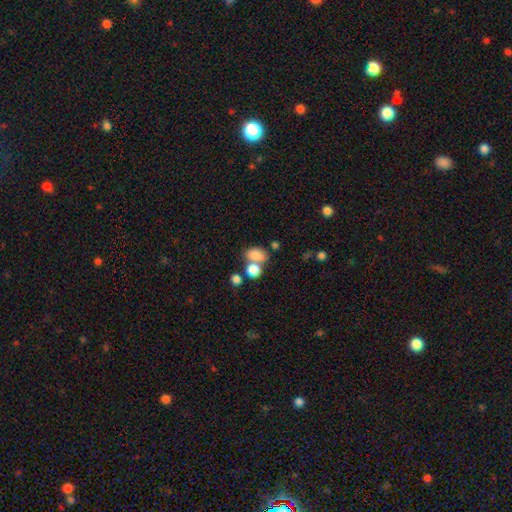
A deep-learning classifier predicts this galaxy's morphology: smooth-or-featured: smooth: 80% | star or artifact: 11% | featured or disk: 9%
  how-rounded: in between: 77% | round: 22% | cigar-shaped: 2%
  merging: none: 41% (tied) | merger: 41% (tied) | minor disturbance: 12% | major disturbance: 6%